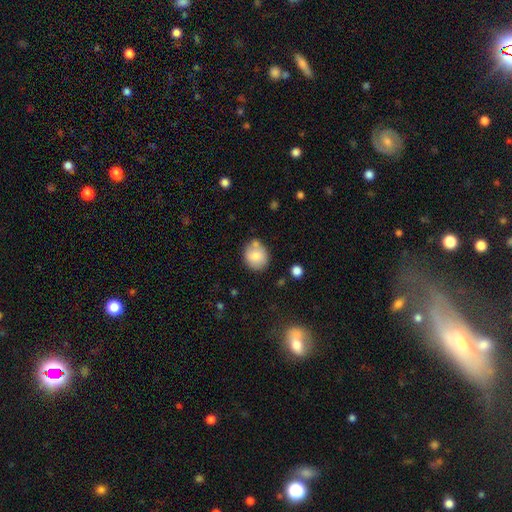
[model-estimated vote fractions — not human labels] smooth-or-featured: smooth: 78% | featured or disk: 13% | star or artifact: 8%
  how-rounded: round: 75% | in between: 24% | cigar-shaped: 1%
  merging: none: 66% | minor disturbance: 17% | merger: 13% | major disturbance: 4%